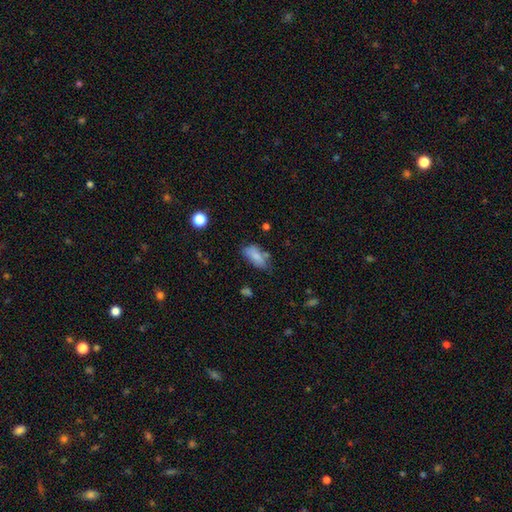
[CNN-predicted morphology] This appears to be a smooth galaxy with no disk features (78%) that is in between round and cigar-shaped (85%). Merging: none (53%).